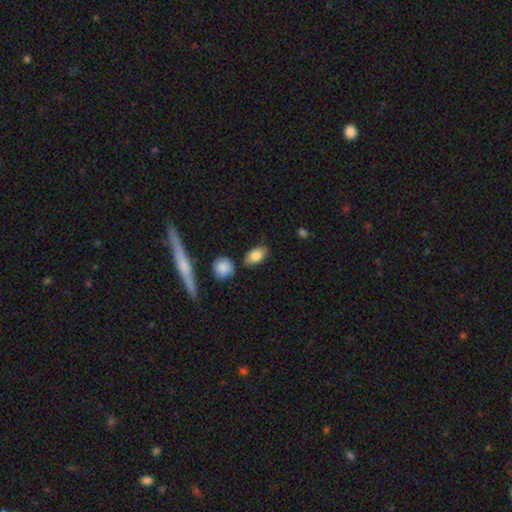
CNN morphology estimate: Smooth or featured? smooth (82%)
How rounded? in between (88%)
Merging? none (80%)